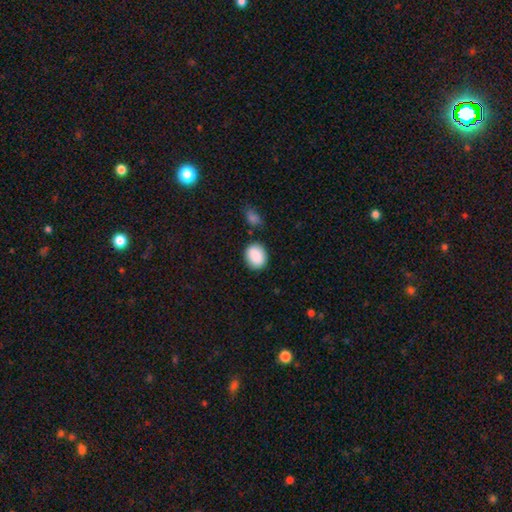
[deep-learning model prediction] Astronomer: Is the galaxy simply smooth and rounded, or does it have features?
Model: smooth — 89%.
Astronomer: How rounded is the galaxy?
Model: in between — 55% (runner-up: round, 44%).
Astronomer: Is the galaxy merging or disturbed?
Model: none — 79%.